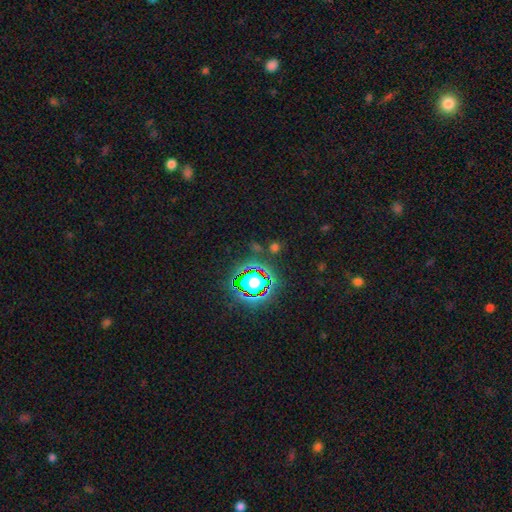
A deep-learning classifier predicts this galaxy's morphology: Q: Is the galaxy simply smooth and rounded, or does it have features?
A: star or artifact — 80%.